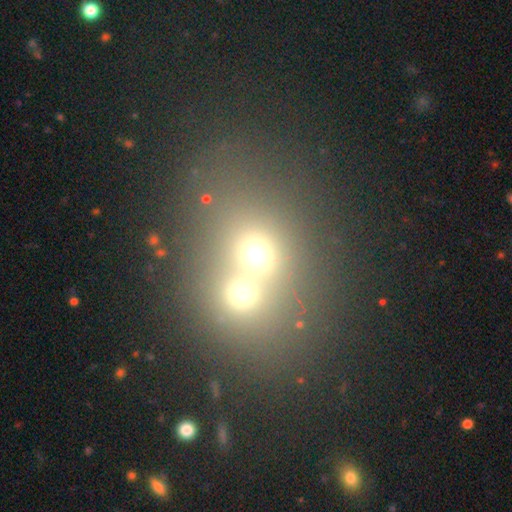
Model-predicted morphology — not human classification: Smooth or featured? Predicted: smooth (p=0.57). How rounded? Predicted: round (p=0.65). Merging? Predicted: merger (p=0.70).